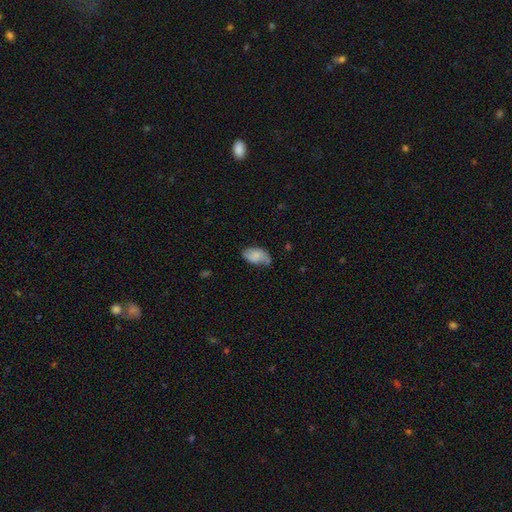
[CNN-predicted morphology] The model was most divided on "merging": none: 54%, minor disturbance: 33%, major disturbance: 9%, merger: 4%. More confident: how rounded — in between (93%); smooth or featured — smooth (73%).